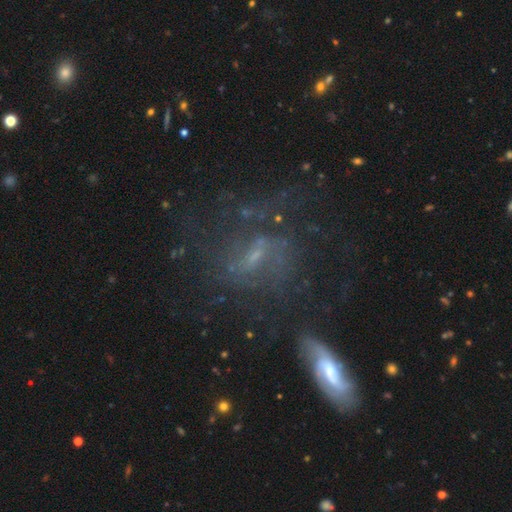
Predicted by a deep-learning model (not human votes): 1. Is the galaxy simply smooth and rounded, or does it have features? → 62% featured or disk, 20% smooth, 18% star or artifact.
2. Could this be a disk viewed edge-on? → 89% no, 11% yes.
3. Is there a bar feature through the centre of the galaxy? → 45% weak, 28% no, 27% strong.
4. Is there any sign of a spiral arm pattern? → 65% yes, 35% no.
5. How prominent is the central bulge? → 55% small, 21% moderate, 20% none, 2% large, 1% dominant.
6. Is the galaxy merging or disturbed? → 48% none, 24% major disturbance, 18% minor disturbance, 10% merger.